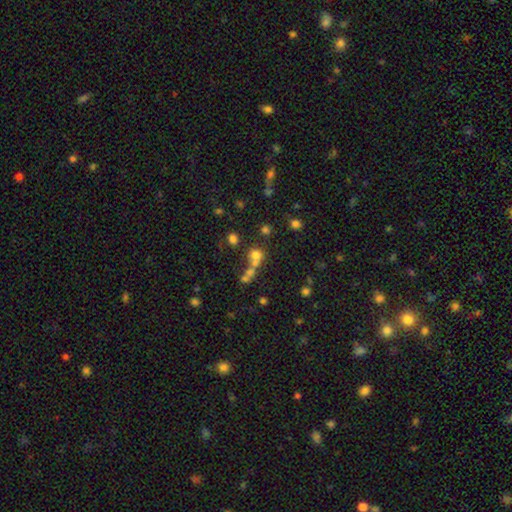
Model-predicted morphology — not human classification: This is likely a smooth galaxy (62%). How rounded: clearly round (84%). Merging: marginally none (44%).